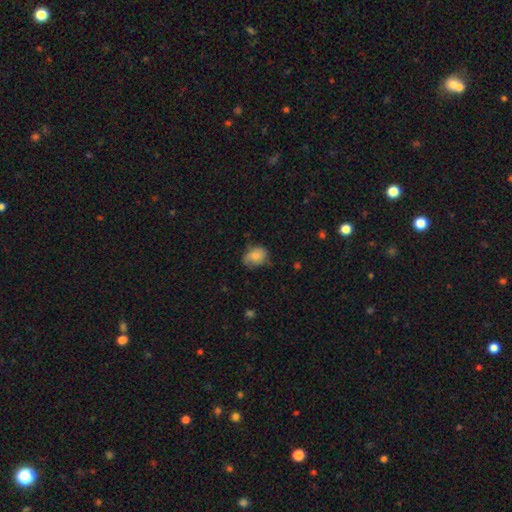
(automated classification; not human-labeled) A smooth galaxy with no disk features (78%) that is in between round and cigar-shaped (61%).

Vote fractions:
- Smooth or featured? smooth: 78% / featured or disk: 14% / star or artifact: 8%
- How rounded? in between: 61% / round: 38% / cigar-shaped: 1%
- Merging? none: 57% / minor disturbance: 32% / major disturbance: 9% / merger: 2%